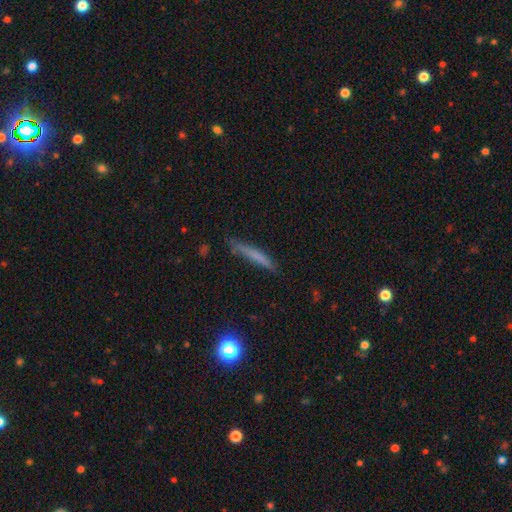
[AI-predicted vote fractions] Overall: smooth (62%; featured or disk 29%). How rounded: cigar-shaped (94%). Merging: none (77%).